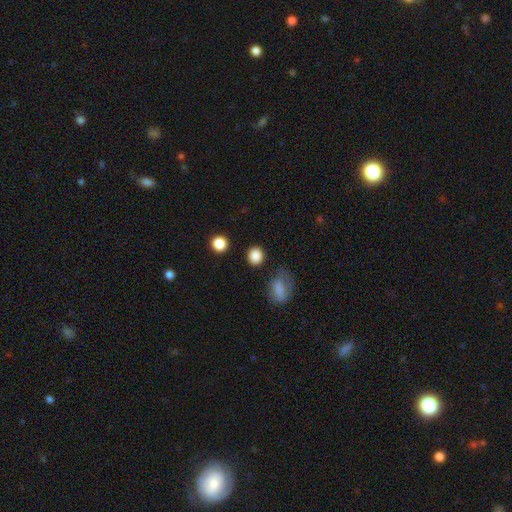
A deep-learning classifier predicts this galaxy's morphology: Smooth or featured?
  - smooth: 86% *
  - star or artifact: 10%
  - featured or disk: 4%
How rounded?
  - round: 78% *
  - in between: 21%
  - cigar-shaped: 1%
Merging?
  - none: 84% *
  - minor disturbance: 9%
  - major disturbance: 3%
  - merger: 3%